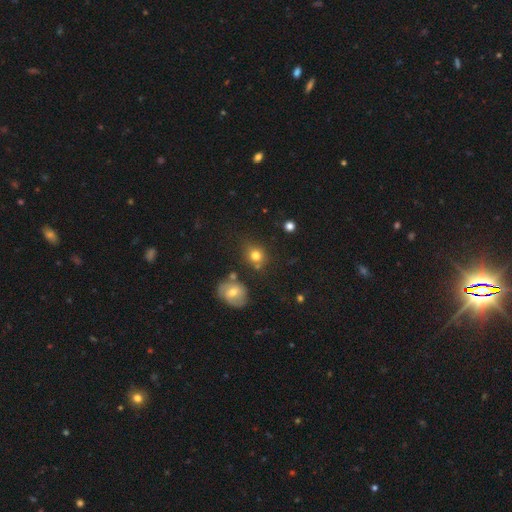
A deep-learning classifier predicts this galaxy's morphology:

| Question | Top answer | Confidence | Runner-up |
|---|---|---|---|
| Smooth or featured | smooth | 78% | star or artifact (13%) |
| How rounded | round | 73% | in between (25%) |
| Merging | none | 70% | minor disturbance (14%) |